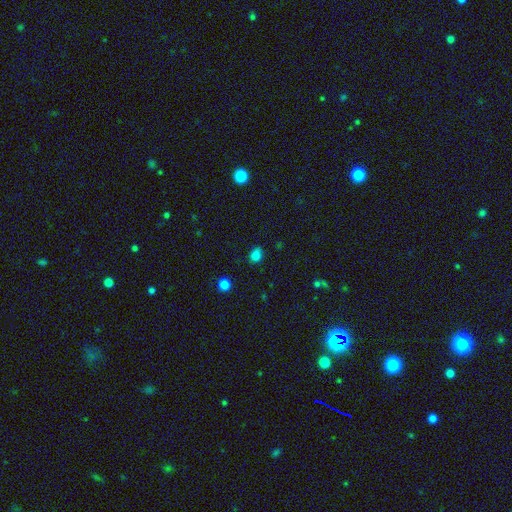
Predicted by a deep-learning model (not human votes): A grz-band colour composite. It shows a smooth galaxy with no disk features (81%) that is round (50%). Merging: none (77%).